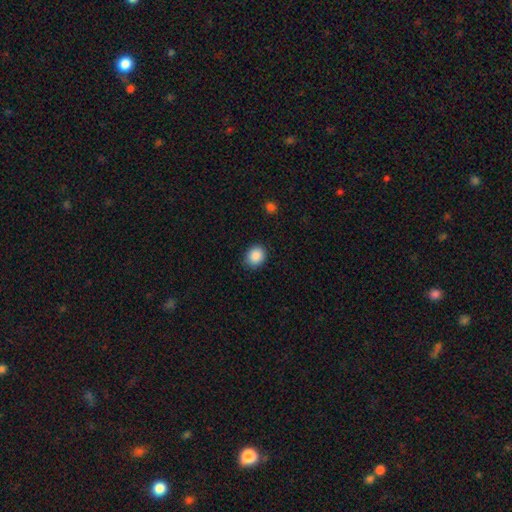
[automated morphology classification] This is clearly a smooth galaxy (88%). How rounded: likely round (64%). Merging: clearly none (86%).